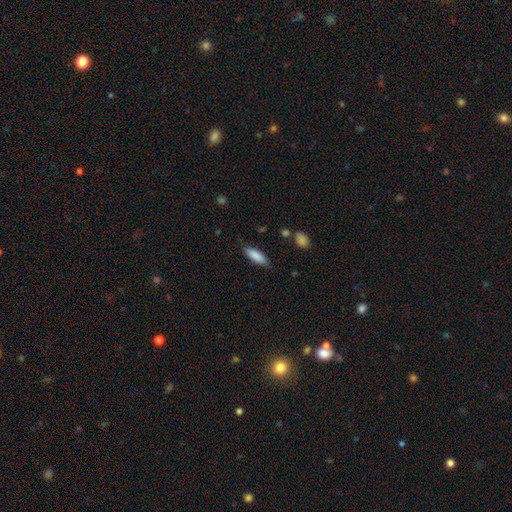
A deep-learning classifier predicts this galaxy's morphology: Overall: smooth (86%). How rounded: in between (58%; cigar-shaped 40%). Merging: none (82%).